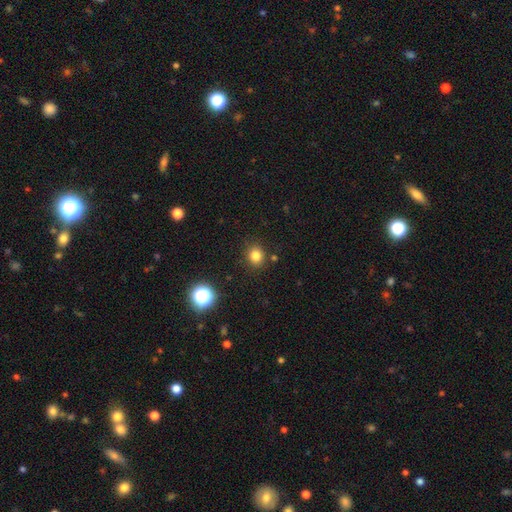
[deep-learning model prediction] Morphology: type=smooth (81%); roundness=round (79%); merging=none (87%).